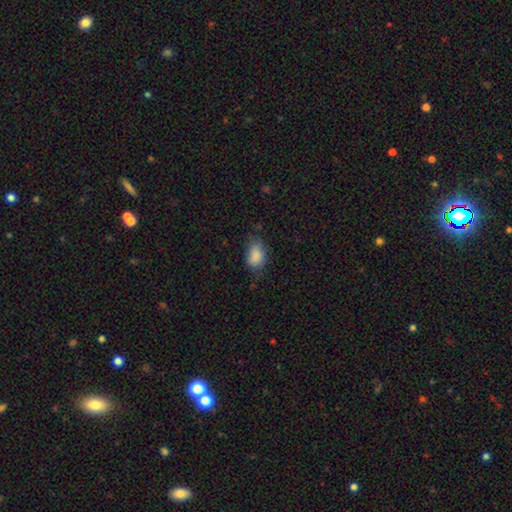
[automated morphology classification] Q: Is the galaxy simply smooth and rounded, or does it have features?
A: smooth — 86%.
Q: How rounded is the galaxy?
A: in between — 83%.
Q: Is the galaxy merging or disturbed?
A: none — 59%.